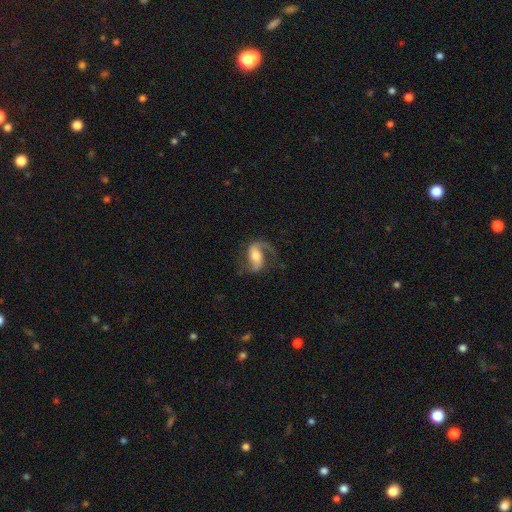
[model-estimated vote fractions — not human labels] Smooth or featured: featured or disk — 81% (smooth — 13%)
Edge-on disk: no — 96% (yes — 4%)
Bar: weak — 38% (strong — 33%)
Spiral arms: yes — 95% (no — 5%)
Spiral winding: loose — 49% (medium — 41%)
Spiral arm count: 2 — 74% (1 — 21%)
Bulge size: moderate — 58% (small — 23%)
Merging: none — 63% (major disturbance — 18%)